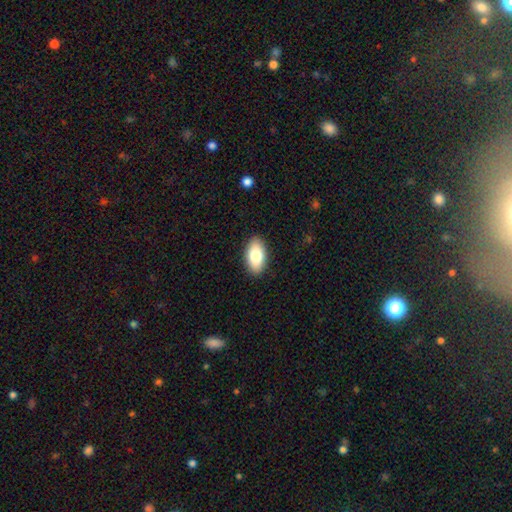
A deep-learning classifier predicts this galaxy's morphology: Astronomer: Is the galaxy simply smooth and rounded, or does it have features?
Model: smooth — 80%.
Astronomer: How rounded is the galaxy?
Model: in between — 93%.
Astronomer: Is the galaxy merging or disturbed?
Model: none — 90%.